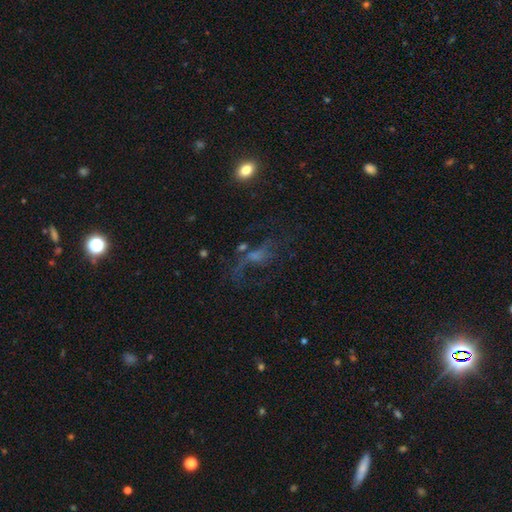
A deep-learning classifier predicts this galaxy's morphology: Q: Smooth or featured?
A: featured or disk (49%); runner-up: star or artifact (28%)
Q: Merging?
A: none (41%); runner-up: major disturbance (37%)